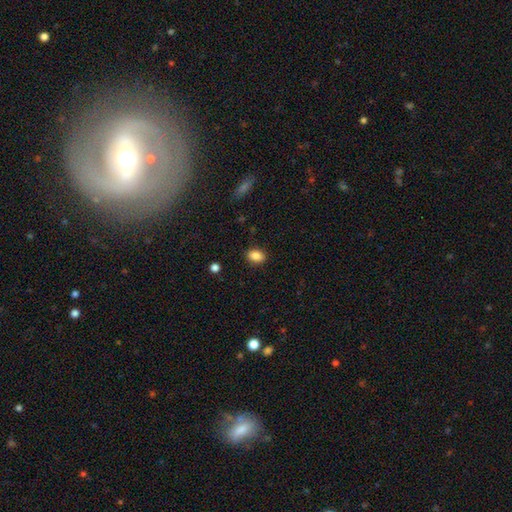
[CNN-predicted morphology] Q: Smooth or featured?
A: smooth (87%); runner-up: star or artifact (9%)
Q: How rounded?
A: in between (78%); runner-up: round (21%)
Q: Merging?
A: none (87%); runner-up: minor disturbance (10%)